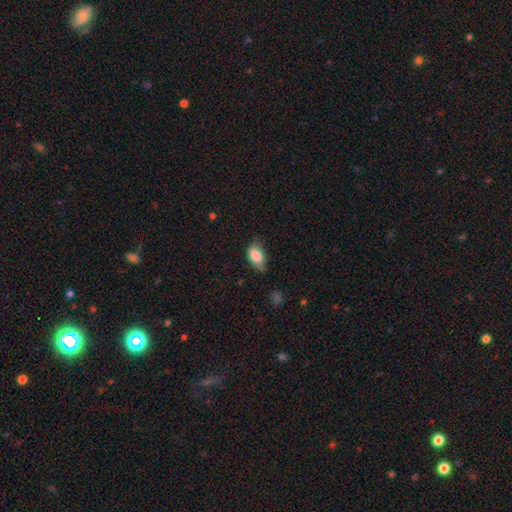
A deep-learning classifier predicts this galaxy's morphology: Q: Smooth or featured?
A: smooth (82%); runner-up: featured or disk (10%)
Q: How rounded?
A: in between (90%); runner-up: round (7%)
Q: Merging?
A: none (48%); runner-up: minor disturbance (39%)